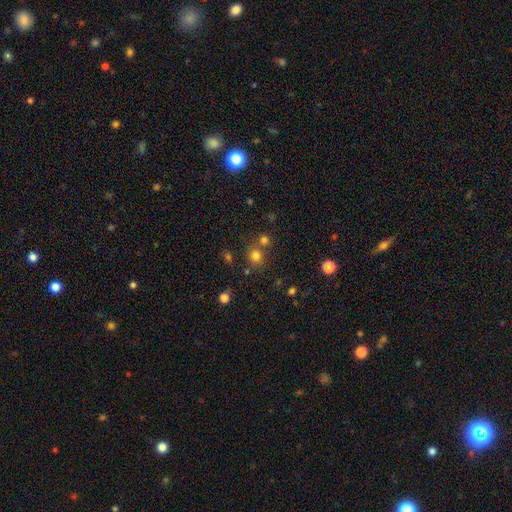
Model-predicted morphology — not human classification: Overall: smooth (76%). How rounded: round (86%). Merging: none (69%).